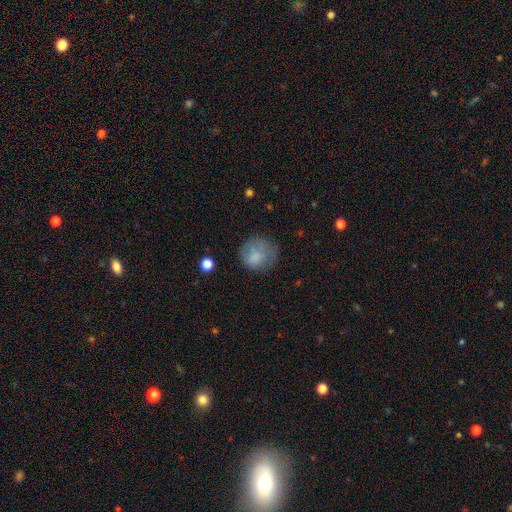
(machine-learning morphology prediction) smooth-or-featured: smooth: 76% | featured or disk: 15% | star or artifact: 10%
  how-rounded: round: 81% | in between: 18% | cigar-shaped: 1%
  merging: none: 62% | minor disturbance: 23% | major disturbance: 13% | merger: 2%